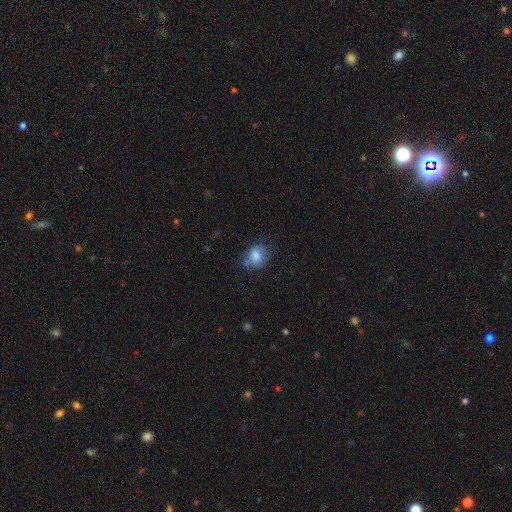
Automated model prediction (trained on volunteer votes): Smooth or featured?
  - smooth: 75% *
  - featured or disk: 16%
  - star or artifact: 9%
How rounded?
  - round: 53% *
  - in between: 46%
  - cigar-shaped: 1%
Merging?
  - none: 57% *
  - minor disturbance: 28%
  - major disturbance: 11%
  - merger: 4%